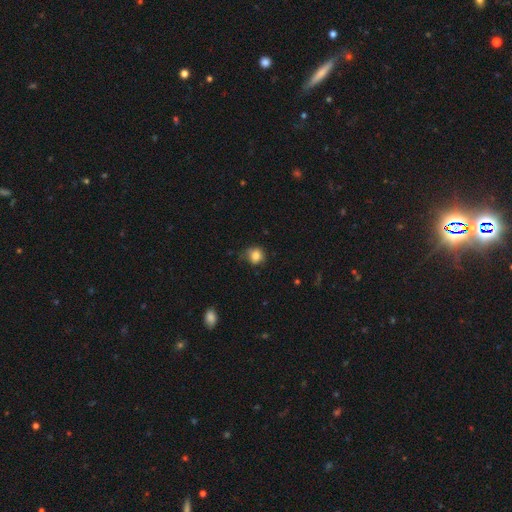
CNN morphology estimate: Smooth or featured: smooth — 82% (star or artifact — 10%)
How rounded: round — 80% (in between — 19%)
Merging: none — 69% (minor disturbance — 24%)